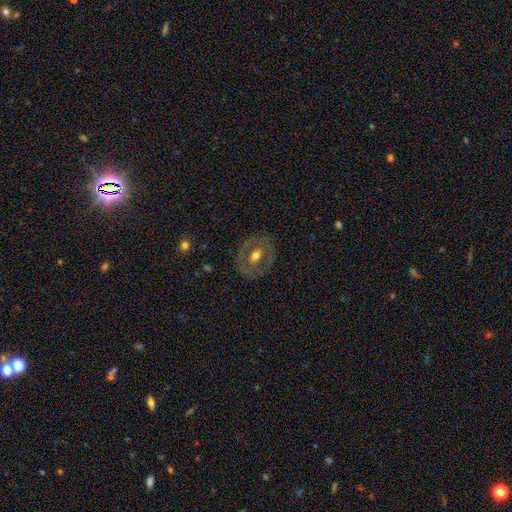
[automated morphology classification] Smooth or featured?
  - featured or disk: 54% *
  - smooth: 39%
  - star or artifact: 7%
Edge-on disk?
  - no: 94% *
  - yes: 6%
Bar?
  - no: 66% *
  - weak: 23%
  - strong: 10%
Spiral arms?
  - no: 85% *
  - yes: 15%
Bulge size?
  - moderate: 72% *
  - large: 15%
  - small: 10%
  - dominant: 1%
  - none: 1%
Merging?
  - none: 80% *
  - minor disturbance: 13%
  - major disturbance: 6%
  - merger: 1%